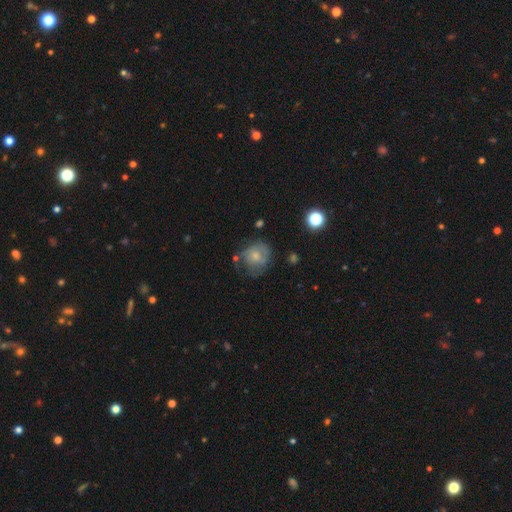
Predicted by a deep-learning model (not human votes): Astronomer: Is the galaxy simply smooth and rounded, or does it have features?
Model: smooth — 54% (runner-up: featured or disk, 37%).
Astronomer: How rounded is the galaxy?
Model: round — 75%.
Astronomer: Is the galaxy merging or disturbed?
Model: none — 49% (runner-up: minor disturbance, 29%).